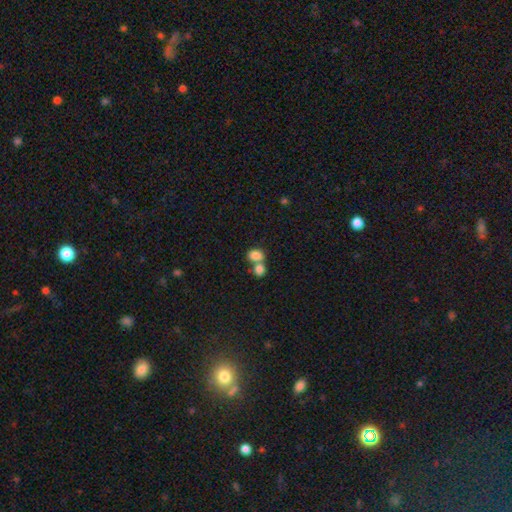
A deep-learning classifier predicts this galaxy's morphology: smooth 83%, star or artifact 9%, featured or disk 8%. Down the decision tree: how rounded — in between (53%); merging — merger (59%).